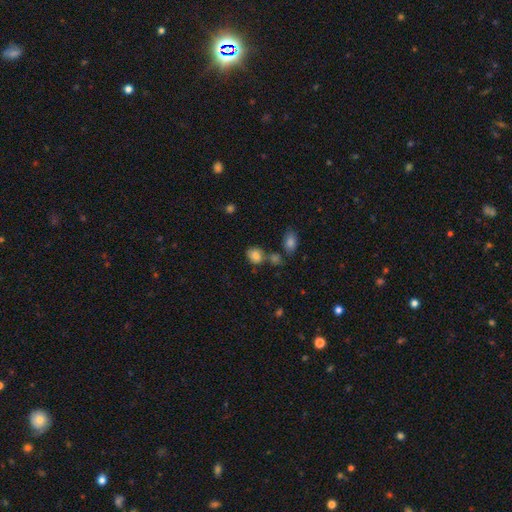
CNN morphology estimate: Smooth or featured? Predicted: smooth (p=0.80). How rounded? Predicted: in between (p=0.52). Merging? Predicted: none (p=0.58).